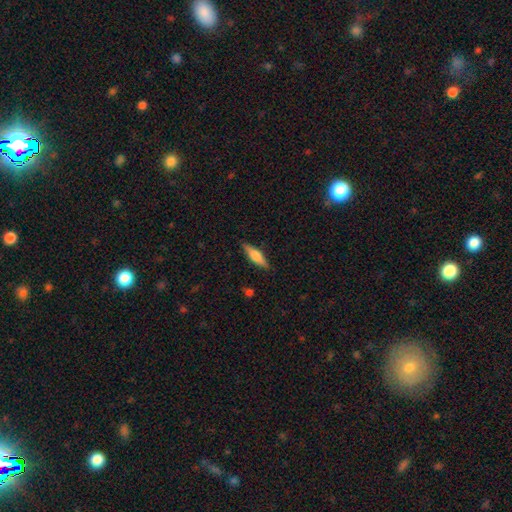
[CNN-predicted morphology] The model was most divided on "smooth or featured": smooth: 56%, featured or disk: 37%, star or artifact: 6%. More confident: merging — none (87%); how rounded — cigar-shaped (59%).